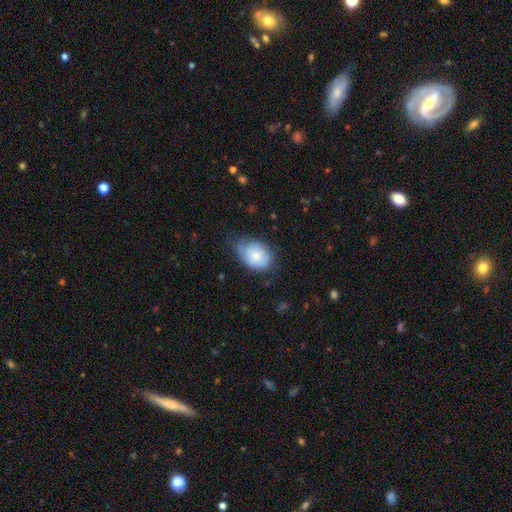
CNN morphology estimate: Q: Smooth or featured?
A: smooth (72%); runner-up: featured or disk (21%)
Q: How rounded?
A: in between (75%); runner-up: round (24%)
Q: Merging?
A: none (48%); runner-up: minor disturbance (39%)